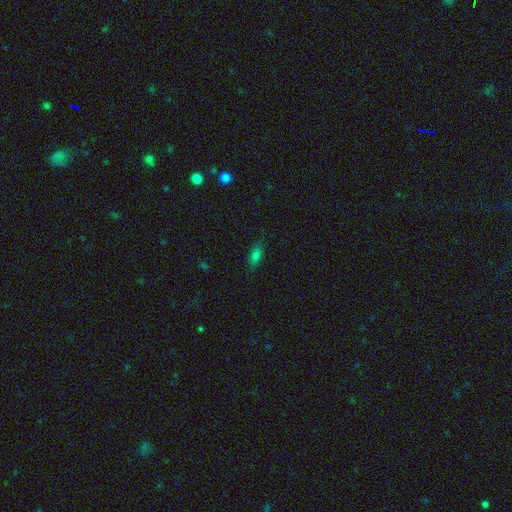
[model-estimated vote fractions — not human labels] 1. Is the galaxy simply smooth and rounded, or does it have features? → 73% smooth, 14% star or artifact, 13% featured or disk.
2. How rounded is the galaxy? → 75% in between, 20% cigar-shaped, 5% round.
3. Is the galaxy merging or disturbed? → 82% none, 14% minor disturbance, 3% major disturbance, 1% merger.